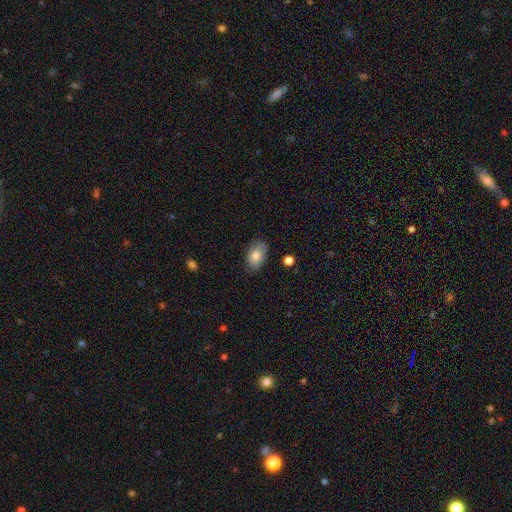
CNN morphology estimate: Smooth or featured?
  - smooth: 79% *
  - featured or disk: 14%
  - star or artifact: 7%
How rounded?
  - in between: 90% *
  - round: 8%
  - cigar-shaped: 1%
Merging?
  - none: 78% *
  - minor disturbance: 17%
  - major disturbance: 3%
  - merger: 1%